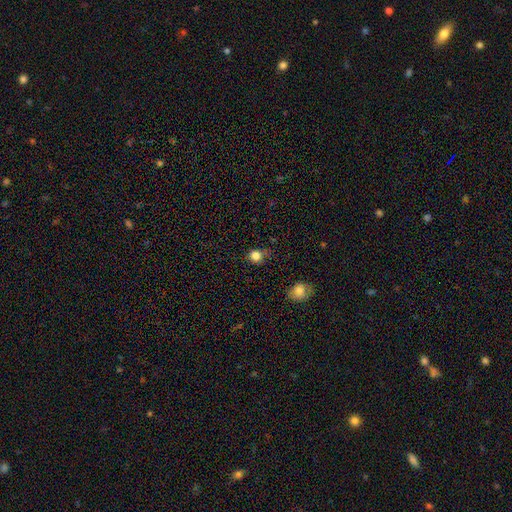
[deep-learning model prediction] Overall: smooth (83%). How rounded: round (80%). Merging: none (66%).